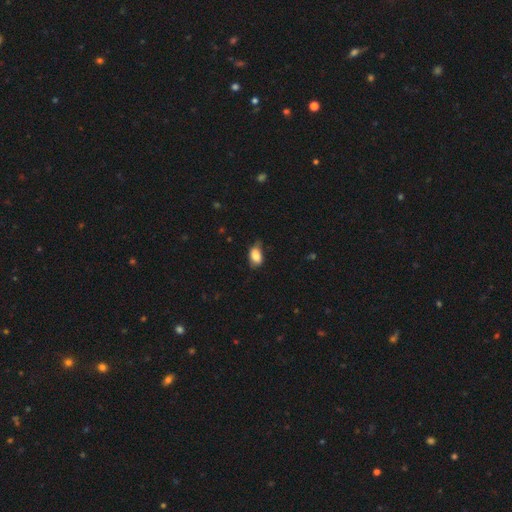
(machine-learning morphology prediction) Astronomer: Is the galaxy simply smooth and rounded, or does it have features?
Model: smooth — 84%.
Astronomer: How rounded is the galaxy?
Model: in between — 88%.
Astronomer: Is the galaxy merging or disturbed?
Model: none — 56% (runner-up: minor disturbance, 34%).